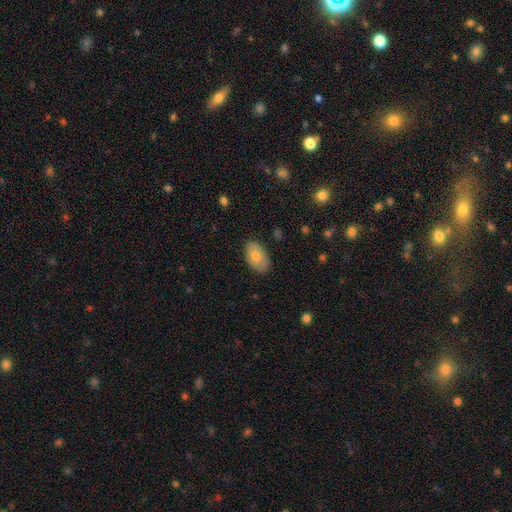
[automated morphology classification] Smooth or featured? Predicted: smooth (p=0.71). How rounded? Predicted: in between (p=0.91). Merging? Predicted: none (p=0.83).